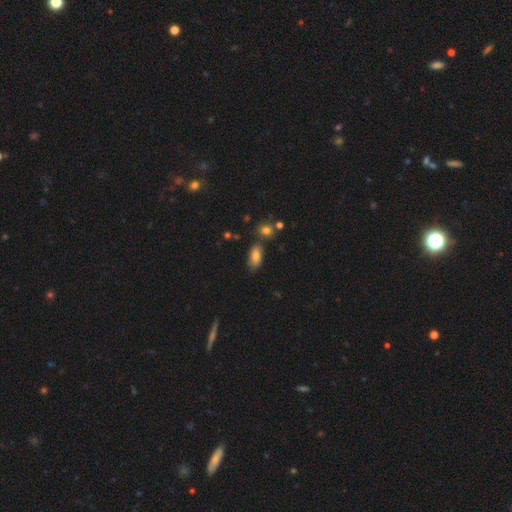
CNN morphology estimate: Q: Smooth or featured?
A: smooth (80%); runner-up: featured or disk (10%)
Q: How rounded?
A: in between (90%); runner-up: cigar-shaped (6%)
Q: Merging?
A: none (68%); runner-up: minor disturbance (19%)